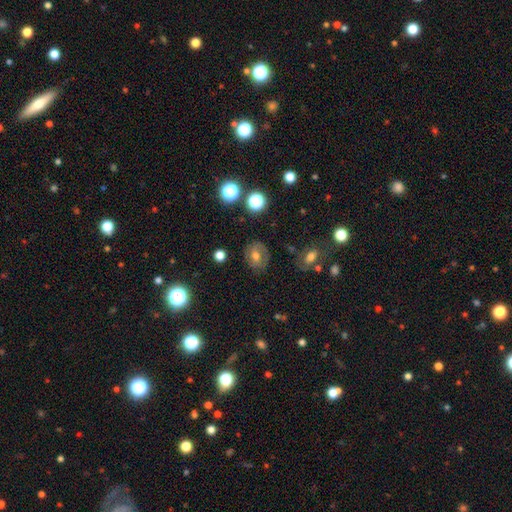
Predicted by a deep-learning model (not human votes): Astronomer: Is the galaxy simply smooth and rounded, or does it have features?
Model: smooth — 51% (runner-up: featured or disk, 35%).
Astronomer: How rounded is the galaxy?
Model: round — 59% (runner-up: in between, 40%).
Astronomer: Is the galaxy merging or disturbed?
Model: none — 76%.